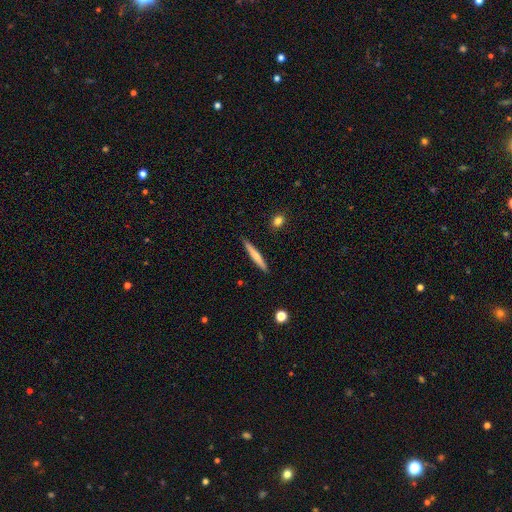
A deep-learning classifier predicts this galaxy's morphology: Q: Smooth or featured?
A: smooth (61%); runner-up: featured or disk (34%)
Q: How rounded?
A: cigar-shaped (95%); runner-up: in between (4%)
Q: Merging?
A: none (90%); runner-up: minor disturbance (8%)